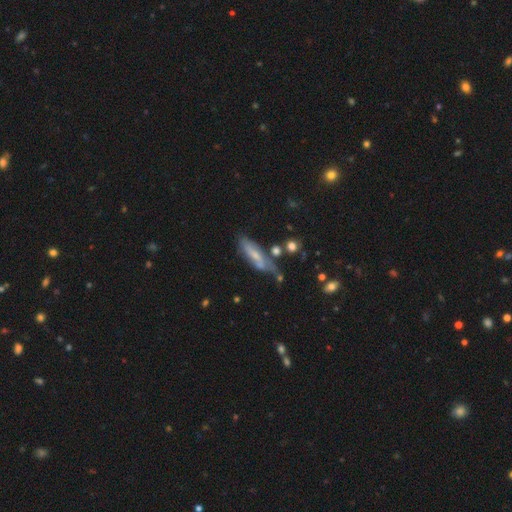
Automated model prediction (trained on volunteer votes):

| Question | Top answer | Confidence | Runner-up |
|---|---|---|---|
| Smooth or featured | featured or disk | 47% | smooth (44%) |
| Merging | none | 45% | minor disturbance (29%) |